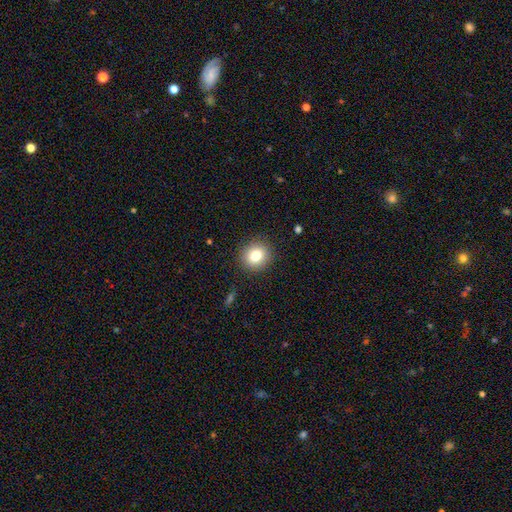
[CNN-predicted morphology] A smooth galaxy with no disk features (81%) that is round (84%). Merging: none (90%).